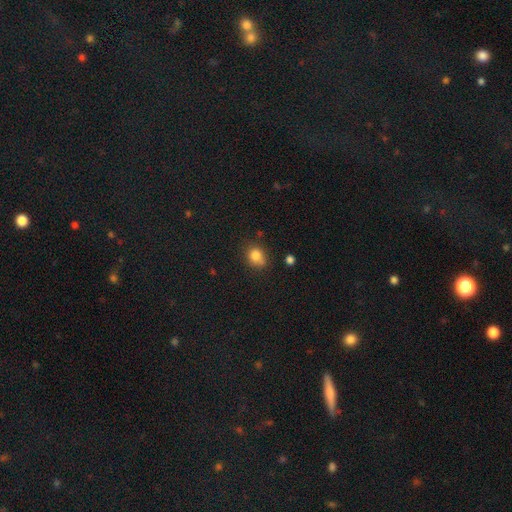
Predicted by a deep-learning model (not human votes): A smooth galaxy with no disk features (82%) that is round (60%). Merging: none (63%).